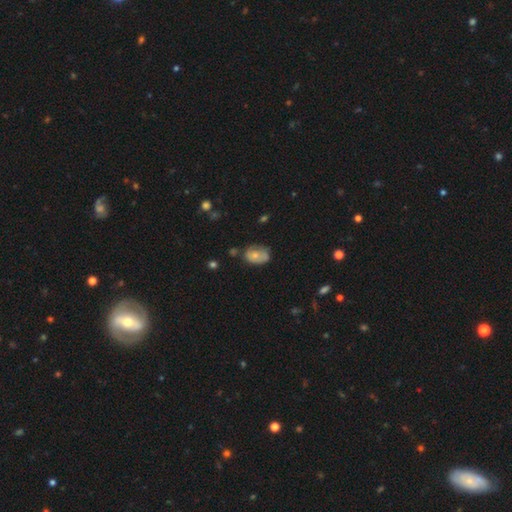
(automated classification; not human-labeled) Smooth or featured: smooth — 63% (featured or disk — 29%)
How rounded: in between — 75% (round — 23%)
Merging: none — 46% (minor disturbance — 37%)